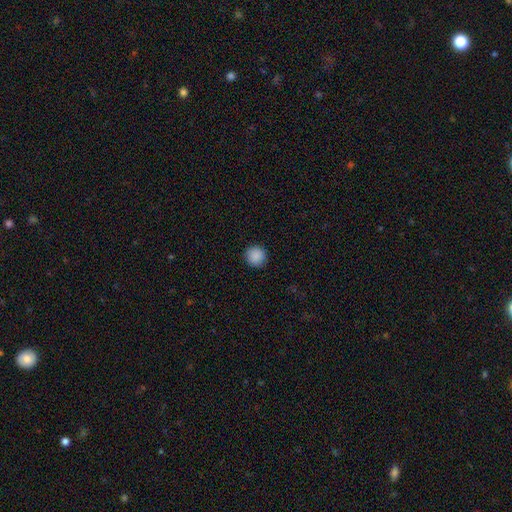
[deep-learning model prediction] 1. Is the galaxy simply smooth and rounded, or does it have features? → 89% smooth, 8% star or artifact, 2% featured or disk.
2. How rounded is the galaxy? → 94% round, 5% in between, 1% cigar-shaped.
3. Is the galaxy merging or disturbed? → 91% none, 6% minor disturbance, 2% major disturbance, 1% merger.